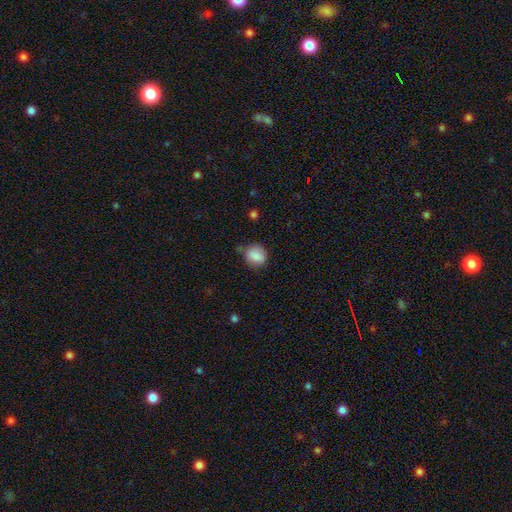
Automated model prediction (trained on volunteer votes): Smooth or featured? smooth (85%)
How rounded? round (67%)
Merging? none (60%)